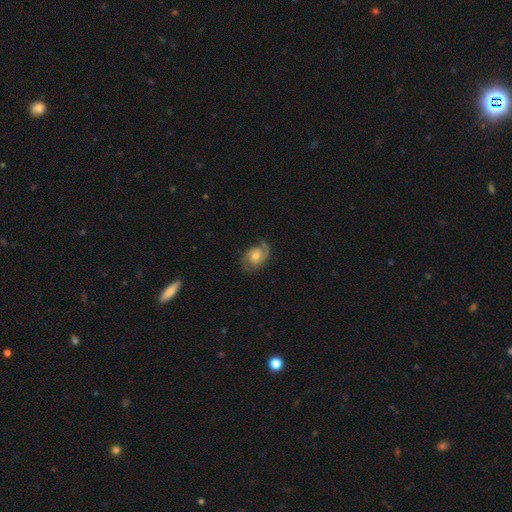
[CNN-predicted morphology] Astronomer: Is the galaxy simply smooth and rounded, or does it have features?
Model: featured or disk — 78%.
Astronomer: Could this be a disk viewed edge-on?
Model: no — 97%.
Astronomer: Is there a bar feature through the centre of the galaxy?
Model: no — 67%.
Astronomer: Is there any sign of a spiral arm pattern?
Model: yes — 95%.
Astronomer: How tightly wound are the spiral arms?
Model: medium — 47% (runner-up: tight, 34%).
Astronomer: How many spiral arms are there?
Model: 2 — 81%.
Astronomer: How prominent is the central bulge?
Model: moderate — 60%.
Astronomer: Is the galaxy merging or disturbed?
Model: none — 72%.